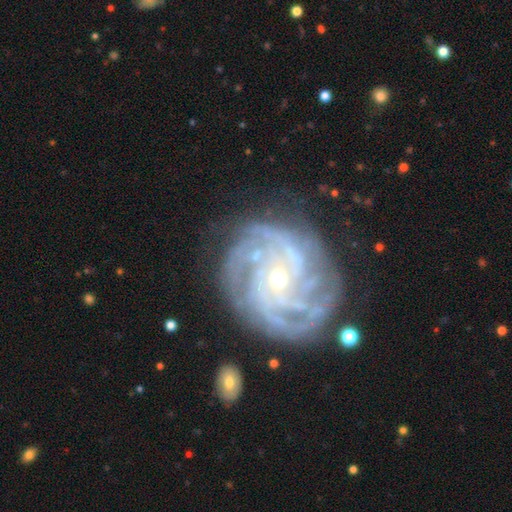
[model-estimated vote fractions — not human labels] Q: Smooth or featured?
A: featured or disk (89%); runner-up: star or artifact (6%)
Q: Edge-on disk?
A: no (98%); runner-up: yes (2%)
Q: Bar?
A: no (64%); runner-up: weak (25%)
Q: Spiral arms?
A: yes (98%); runner-up: no (2%)
Q: Spiral winding?
A: tight (69%); runner-up: medium (27%)
Q: Spiral arm count?
A: 4 (26%); runner-up: 3 (21%)
Q: Bulge size?
A: small (66%); runner-up: moderate (30%)
Q: Merging?
A: none (76%); runner-up: minor disturbance (15%)